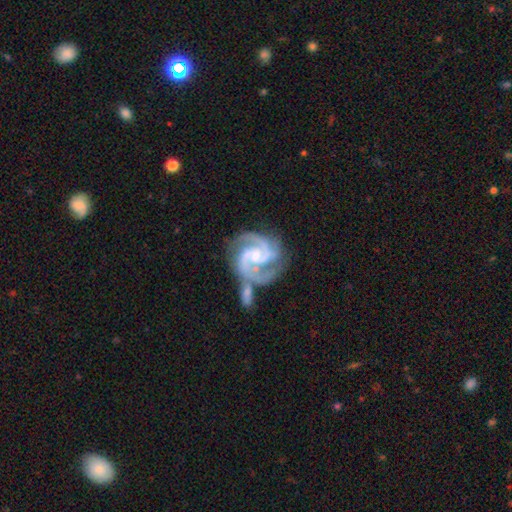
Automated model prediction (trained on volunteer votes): Morphology: type=featured or disk (93%); edge-on=no (98%); bar=no (54%); spiral arms=yes (99%); winding=medium (50%); arm count=2 (47%); bulge=small (65%); merging=none (49%).